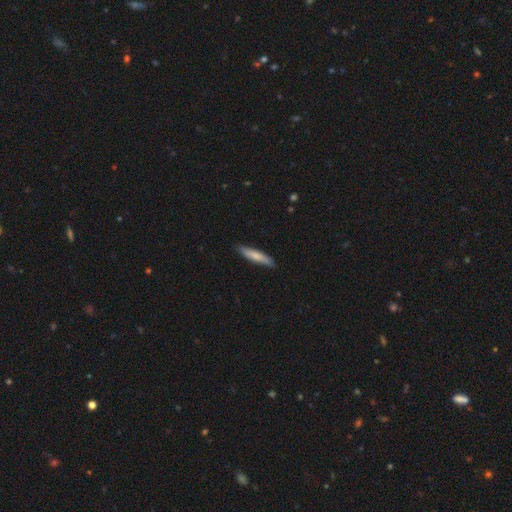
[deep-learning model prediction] Smooth or featured?
  - smooth: 75% *
  - featured or disk: 20%
  - star or artifact: 5%
How rounded?
  - cigar-shaped: 87% *
  - in between: 11%
  - round: 1%
Merging?
  - none: 88% *
  - minor disturbance: 9%
  - major disturbance: 2%
  - merger: 1%